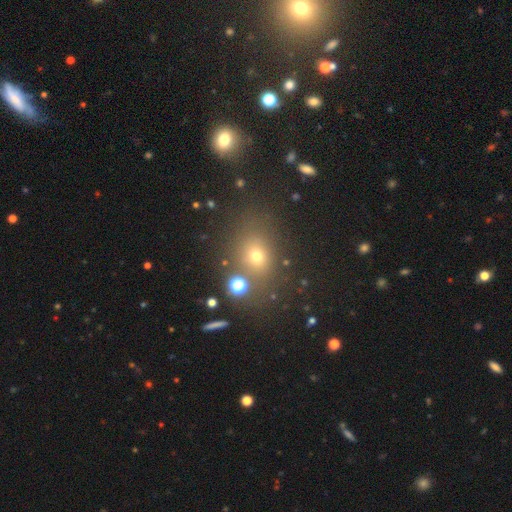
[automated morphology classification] Q: Smooth or featured?
A: smooth (63%); runner-up: star or artifact (25%)
Q: How rounded?
A: round (52%); runner-up: in between (46%)
Q: Merging?
A: none (75%); runner-up: minor disturbance (11%)